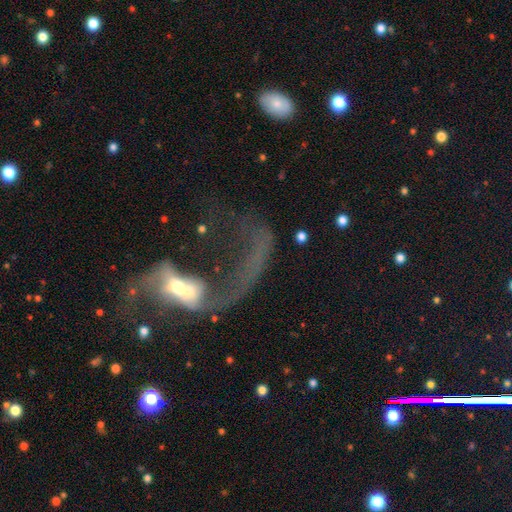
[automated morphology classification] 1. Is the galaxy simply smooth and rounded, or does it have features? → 76% featured or disk, 13% smooth, 11% star or artifact.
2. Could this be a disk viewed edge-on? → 93% no, 7% yes.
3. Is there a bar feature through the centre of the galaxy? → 38% no, 37% weak, 26% strong.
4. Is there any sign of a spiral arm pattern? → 83% yes, 17% no.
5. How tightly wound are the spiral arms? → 87% loose, 10% medium, 3% tight.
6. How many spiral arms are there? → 78% 2, 15% 1, 3% can't tell, 1% 3, 1% 4, 1% more than 4.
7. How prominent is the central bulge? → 45% moderate, 34% small, 12% large, 6% none, 3% dominant.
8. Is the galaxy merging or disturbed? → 44% major disturbance, 29% none, 17% merger, 11% minor disturbance.